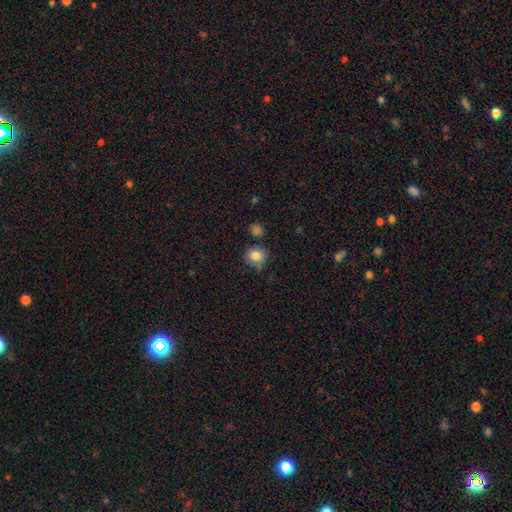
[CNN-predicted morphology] A smooth galaxy with no disk features (82%) that is round (79%). Merging: none (70%).